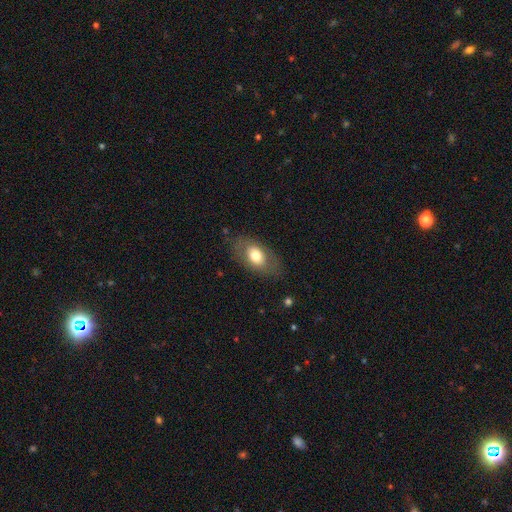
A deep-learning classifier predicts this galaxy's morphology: Smooth or featured? Predicted: smooth (p=0.68). How rounded? Predicted: in between (p=0.89). Merging? Predicted: none (p=0.79).